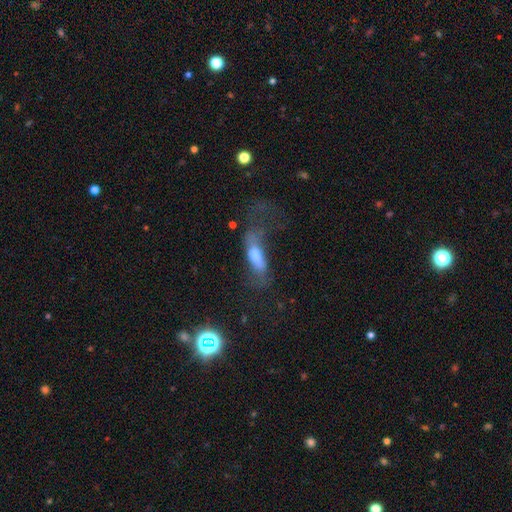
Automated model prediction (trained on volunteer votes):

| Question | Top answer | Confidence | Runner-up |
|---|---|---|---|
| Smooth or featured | smooth | 62% | featured or disk (28%) |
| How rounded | in between | 59% | cigar-shaped (37%) |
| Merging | major disturbance | 53% | none (22%) |